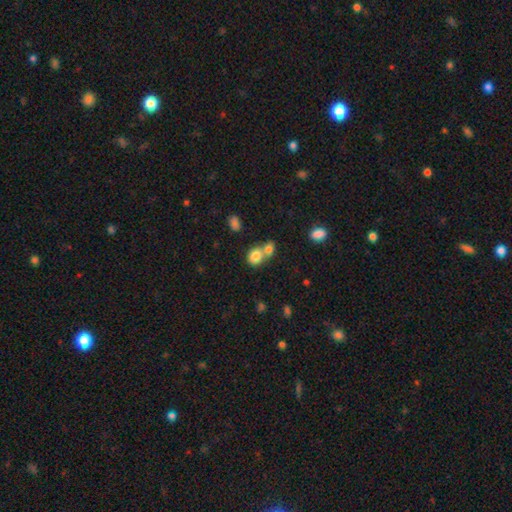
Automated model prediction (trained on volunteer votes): A smooth galaxy with no disk features (80%) that is round (66%). Merging: merger (60%).